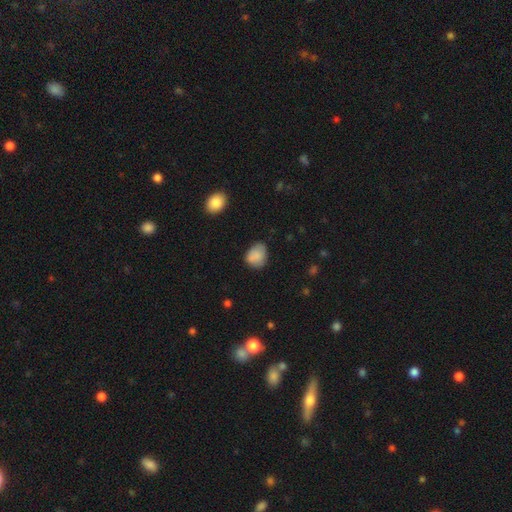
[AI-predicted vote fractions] A smooth galaxy with no disk features (85%) that is in between round and cigar-shaped (55%). Merging: none (60%).